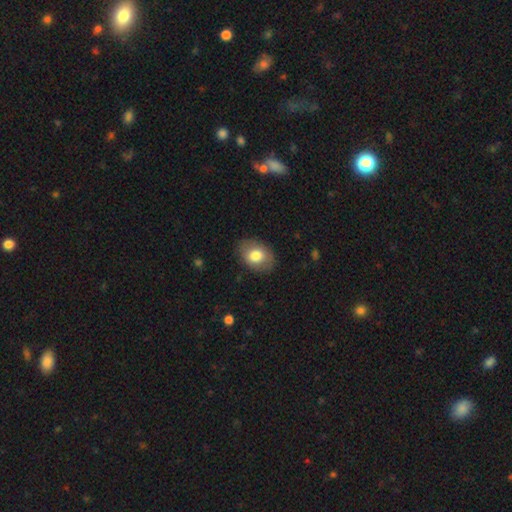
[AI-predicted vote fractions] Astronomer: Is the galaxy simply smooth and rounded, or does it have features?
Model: smooth — 78%.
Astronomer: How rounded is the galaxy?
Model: in between — 75%.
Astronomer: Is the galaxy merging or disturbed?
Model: none — 83%.